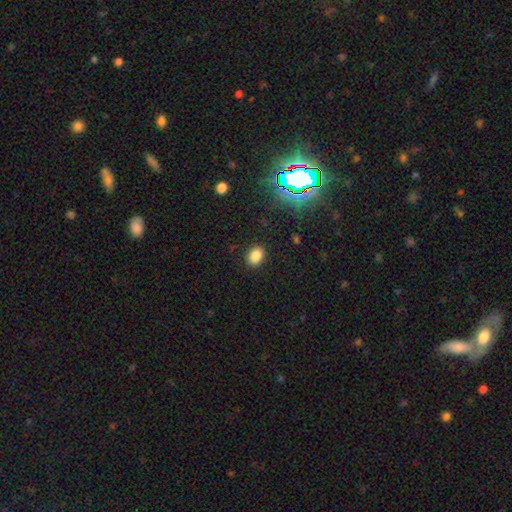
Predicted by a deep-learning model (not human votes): Smooth or featured?
  - smooth: 83% *
  - star or artifact: 13%
  - featured or disk: 4%
How rounded?
  - in between: 66% *
  - round: 33%
  - cigar-shaped: 1%
Merging?
  - none: 88% *
  - minor disturbance: 9%
  - major disturbance: 3%
  - merger: 1%